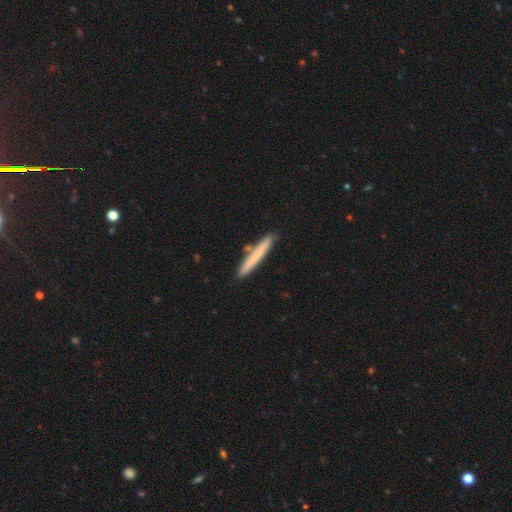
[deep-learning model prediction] Smooth or featured? smooth (71%)
How rounded? cigar-shaped (96%)
Merging? none (85%)